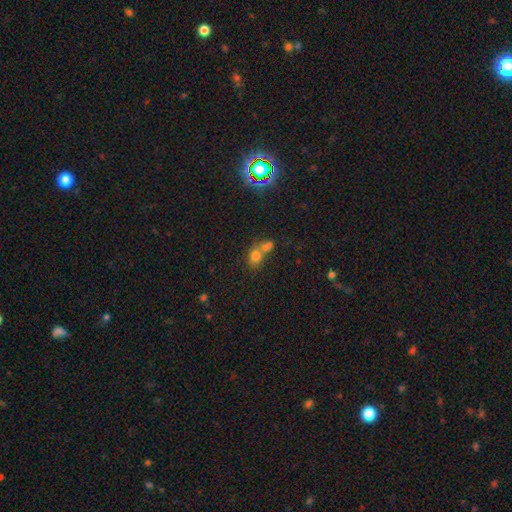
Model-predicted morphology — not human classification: Q: Smooth or featured?
A: smooth (72%); runner-up: star or artifact (17%)
Q: How rounded?
A: round (52%); runner-up: in between (46%)
Q: Merging?
A: merger (53%); runner-up: none (33%)